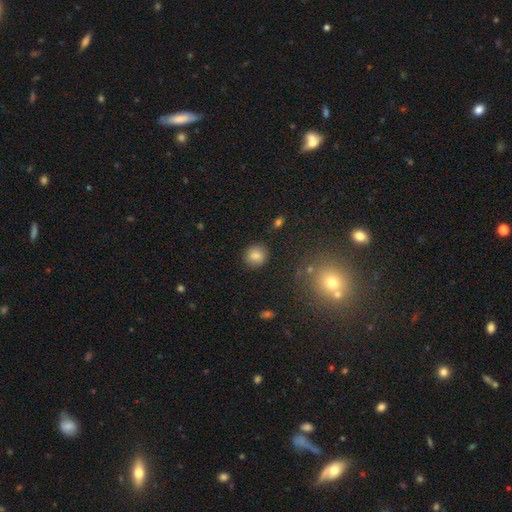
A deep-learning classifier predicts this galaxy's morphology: type=smooth (81%); roundness=round (86%); merging=none (87%).